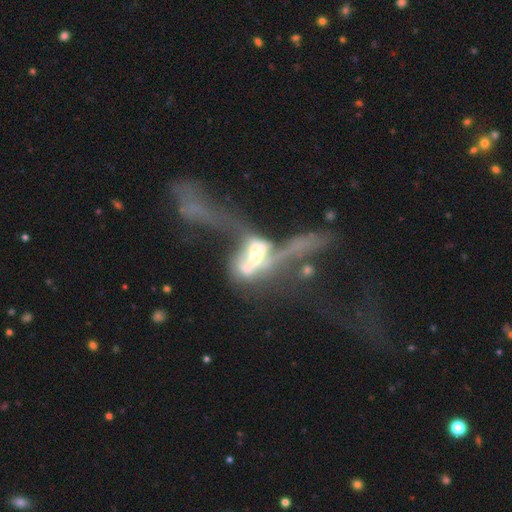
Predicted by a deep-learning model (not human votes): This is likely a featured or disk galaxy (62%). It is clearly not viewed edge-on (82%). Bar: possibly no (54%). Spiral arm pattern: likely no (69%). Central bulge: marginally large (34%). Merging: possibly merger (47%).